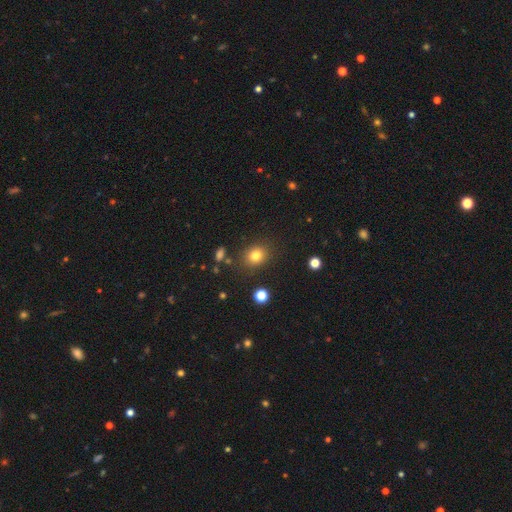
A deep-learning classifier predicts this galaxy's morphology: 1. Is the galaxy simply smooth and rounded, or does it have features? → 80% smooth, 13% star or artifact, 7% featured or disk.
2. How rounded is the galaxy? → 64% round, 35% in between, 1% cigar-shaped.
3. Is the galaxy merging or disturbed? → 84% none, 10% minor disturbance, 3% major disturbance, 3% merger.